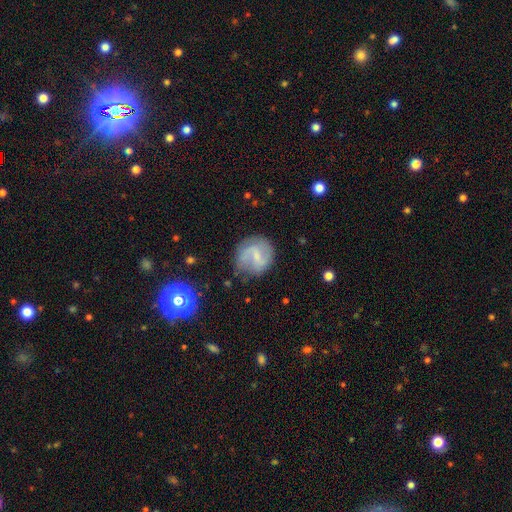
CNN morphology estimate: This appears to be a featured or disk galaxy (70%) with a weak bar (57%), 2 (85%) medium (44%) spiral arms (90%) and a small central bulge (54%). Merging: none (73%).